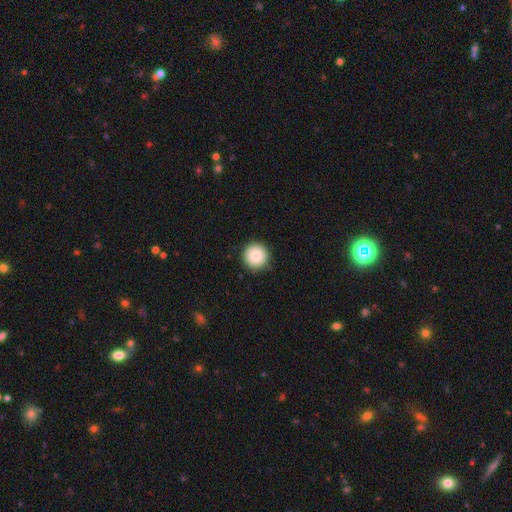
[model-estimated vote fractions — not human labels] Smooth or featured?
  - smooth: 83% *
  - star or artifact: 9%
  - featured or disk: 8%
How rounded?
  - round: 96% *
  - in between: 3%
  - cigar-shaped: 1%
Merging?
  - none: 90% *
  - minor disturbance: 8%
  - major disturbance: 2%
  - merger: 1%